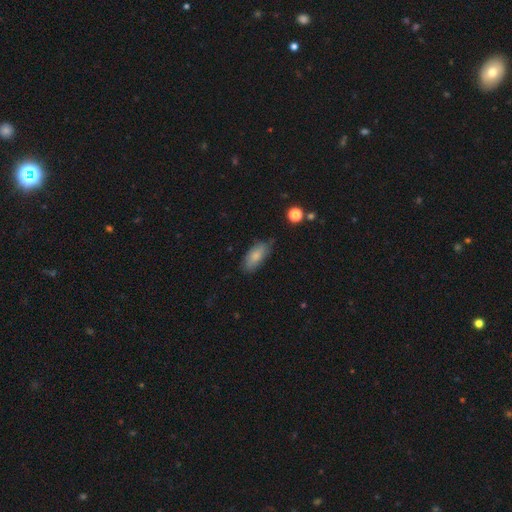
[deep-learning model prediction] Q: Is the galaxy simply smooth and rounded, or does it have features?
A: smooth — 80%.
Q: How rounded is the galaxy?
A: in between — 85%.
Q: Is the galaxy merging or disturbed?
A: none — 69%.